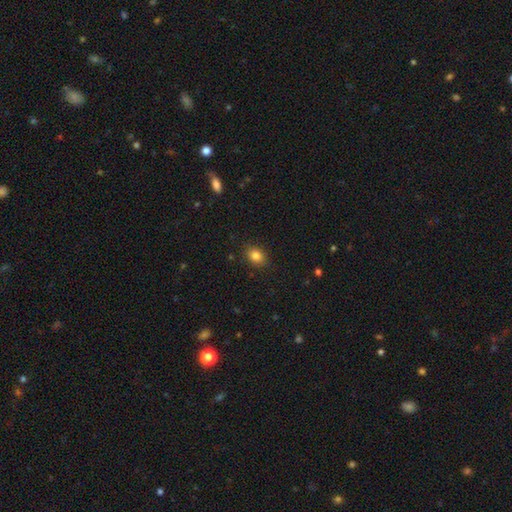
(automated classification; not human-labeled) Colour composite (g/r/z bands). It shows a smooth galaxy with no disk features (84%) that is in between round and cigar-shaped (60%). Merging: none (87%).